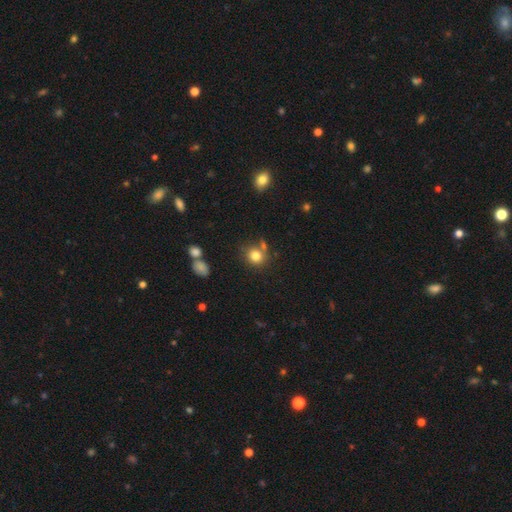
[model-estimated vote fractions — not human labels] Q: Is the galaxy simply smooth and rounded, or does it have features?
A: smooth — 80%.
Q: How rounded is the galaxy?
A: round — 83%.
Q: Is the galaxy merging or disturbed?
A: none — 67%.